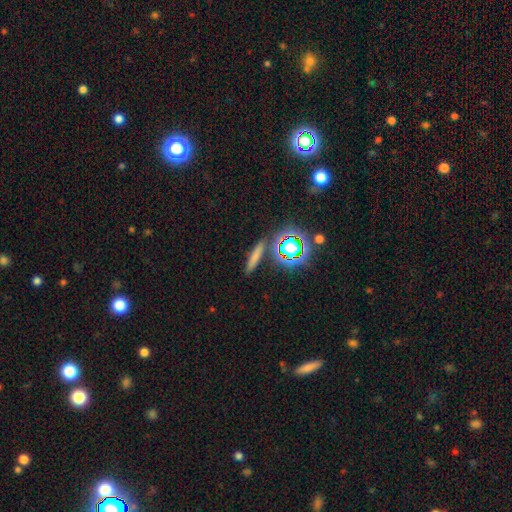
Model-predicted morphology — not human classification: smooth 66%, star or artifact 18%, featured or disk 15%. Down the decision tree: how rounded — cigar-shaped (82%); merging — none (84%).